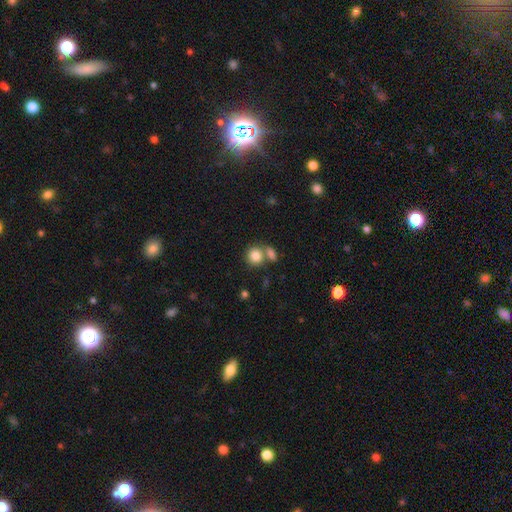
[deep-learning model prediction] A smooth galaxy with no disk features (84%) that is round (80%).

Vote fractions:
- Smooth or featured? smooth: 84% / star or artifact: 9% / featured or disk: 7%
- How rounded? round: 80% / in between: 18% / cigar-shaped: 1%
- Merging? none: 53% / merger: 34% / minor disturbance: 10% / major disturbance: 4%